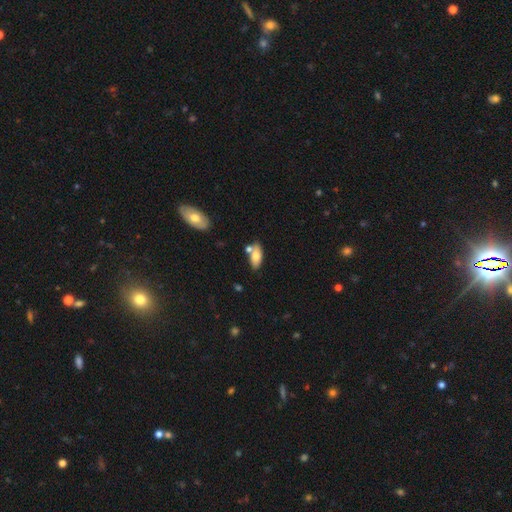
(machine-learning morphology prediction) type=smooth (74%); roundness=in between (87%); merging=none (60%).